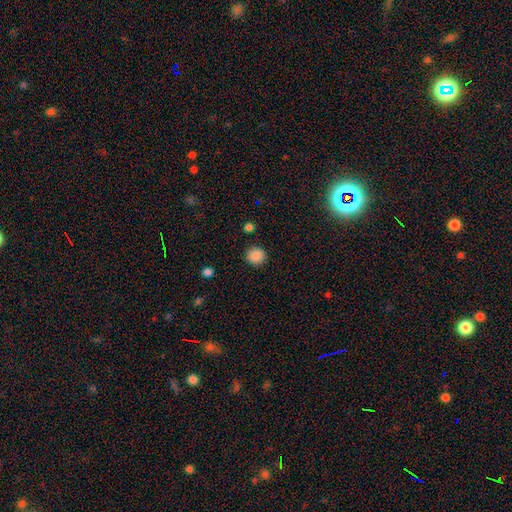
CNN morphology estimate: smooth 88%, star or artifact 9%, featured or disk 3%. Down the decision tree: how rounded — round (91%); merging — none (91%).